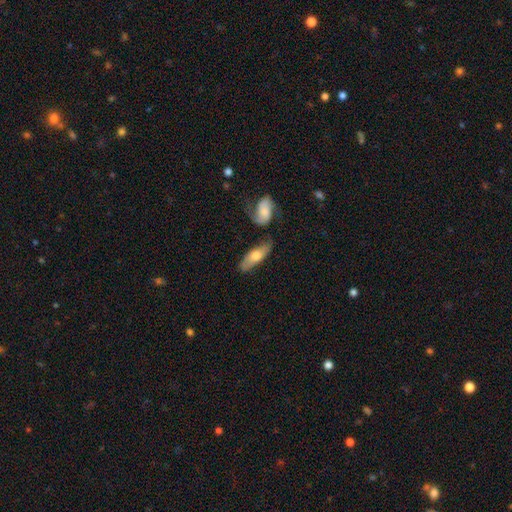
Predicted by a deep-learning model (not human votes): Morphology: type=smooth (60%); roundness=in between (59%); merging=none (66%).